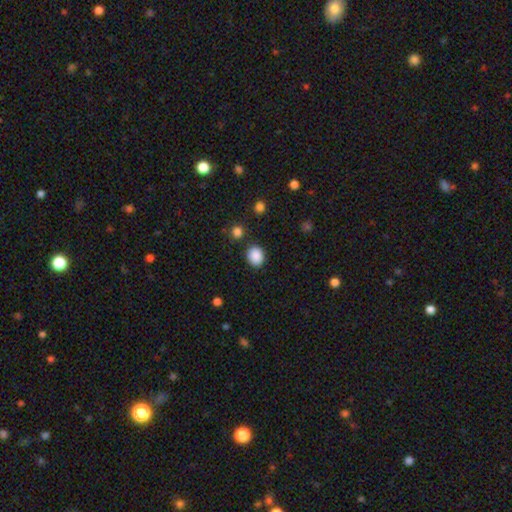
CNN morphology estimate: Smooth or featured?
  - smooth: 88% *
  - star or artifact: 9%
  - featured or disk: 3%
How rounded?
  - round: 58% *
  - in between: 41%
  - cigar-shaped: 1%
Merging?
  - none: 85% *
  - minor disturbance: 9%
  - merger: 3%
  - major disturbance: 3%